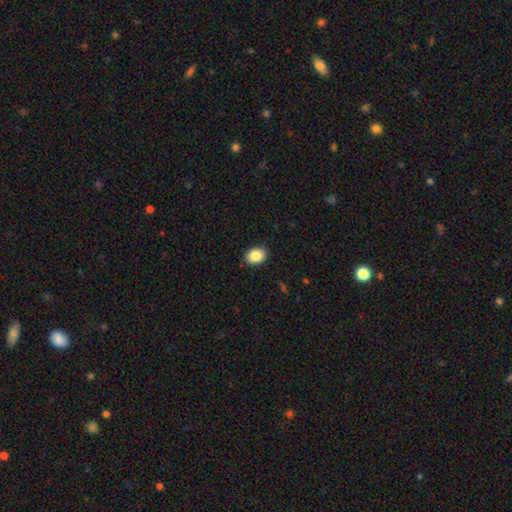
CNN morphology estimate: smooth_or_featured: smooth (p=0.87) [alt: star or artifact p=0.08]
how_rounded: in between (p=0.59) [alt: round p=0.40]
merging: none (p=0.90) [alt: minor disturbance p=0.07]